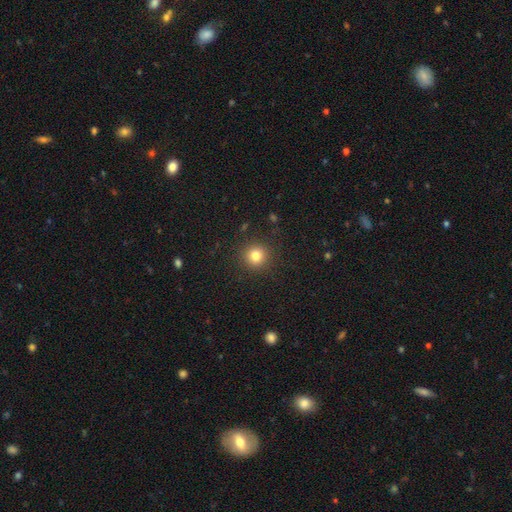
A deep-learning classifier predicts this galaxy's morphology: smooth-or-featured: smooth: 80% | star or artifact: 13% | featured or disk: 6%
  how-rounded: round: 94% | in between: 6% | cigar-shaped: 1%
  merging: none: 90% | minor disturbance: 6% | major disturbance: 3% | merger: 1%